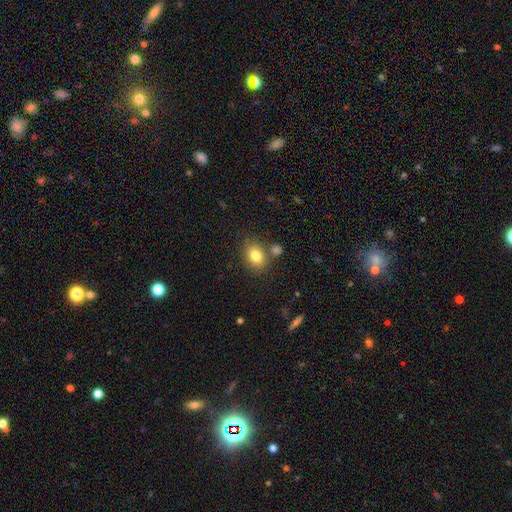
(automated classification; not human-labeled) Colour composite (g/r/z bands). It shows a smooth galaxy with no disk features (80%) that is in between round and cigar-shaped (62%). Merging: none (72%).